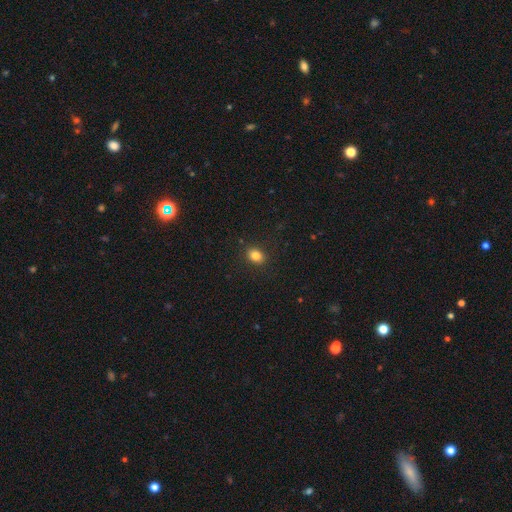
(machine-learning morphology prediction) Q: Smooth or featured?
A: smooth (82%); runner-up: star or artifact (11%)
Q: How rounded?
A: in between (59%); runner-up: round (40%)
Q: Merging?
A: none (88%); runner-up: minor disturbance (8%)